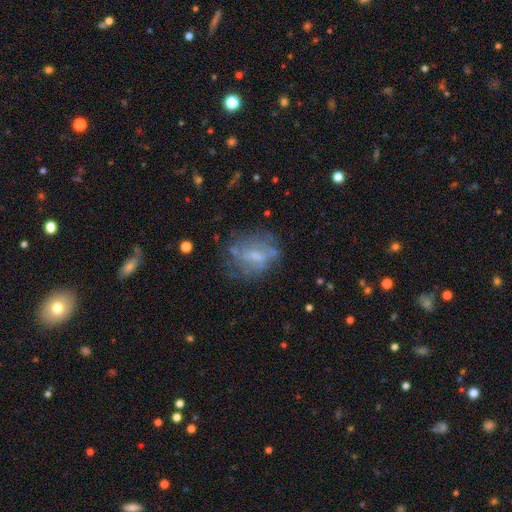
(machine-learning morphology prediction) A featured or disk galaxy (55%) with no bar (48%), no spiral arms (68%) and a small central bulge (44%).

Vote fractions:
- Smooth or featured? featured or disk: 55% / smooth: 33% / star or artifact: 12%
- Edge-on disk? no: 95% / yes: 5%
- Bar? no: 48% / weak: 41% / strong: 11%
- Spiral arms? no: 68% / yes: 32%
- Bulge size? small: 44% / moderate: 31% / none: 21% / large: 3% / dominant: 1%
- Merging? none: 55% / minor disturbance: 23% / major disturbance: 19% / merger: 4%